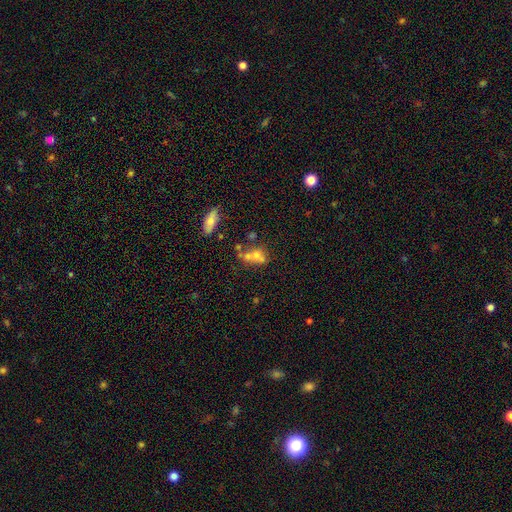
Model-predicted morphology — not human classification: Smooth or featured? Predicted: smooth (p=0.56). How rounded? Predicted: in between (p=0.49). Merging? Predicted: merger (p=0.51).